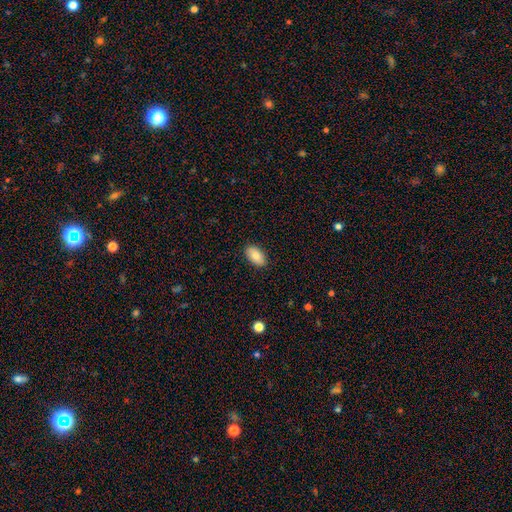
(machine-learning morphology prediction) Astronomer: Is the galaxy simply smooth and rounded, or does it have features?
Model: smooth — 81%.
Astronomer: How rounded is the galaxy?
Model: in between — 93%.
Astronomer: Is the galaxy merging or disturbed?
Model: none — 88%.